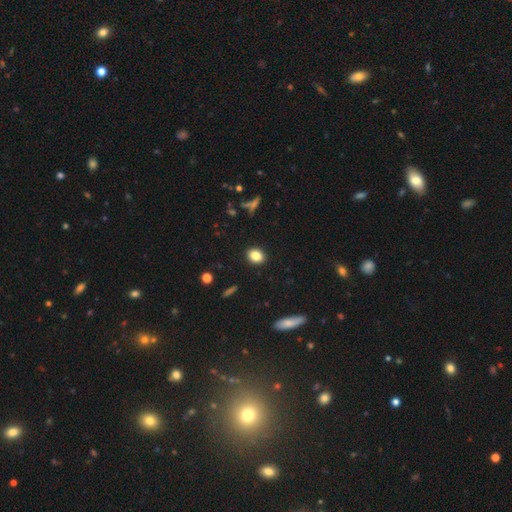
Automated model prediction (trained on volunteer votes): smooth 84%, star or artifact 10%, featured or disk 6%. Down the decision tree: how rounded — in between (53%); merging — none (91%).